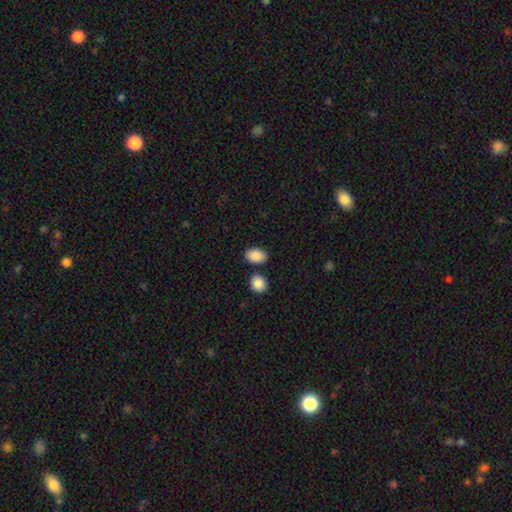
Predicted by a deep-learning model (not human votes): Smooth or featured?
  - smooth: 89% *
  - star or artifact: 7%
  - featured or disk: 4%
How rounded?
  - in between: 82% *
  - round: 17%
  - cigar-shaped: 1%
Merging?
  - none: 78% *
  - minor disturbance: 11%
  - merger: 8%
  - major disturbance: 3%